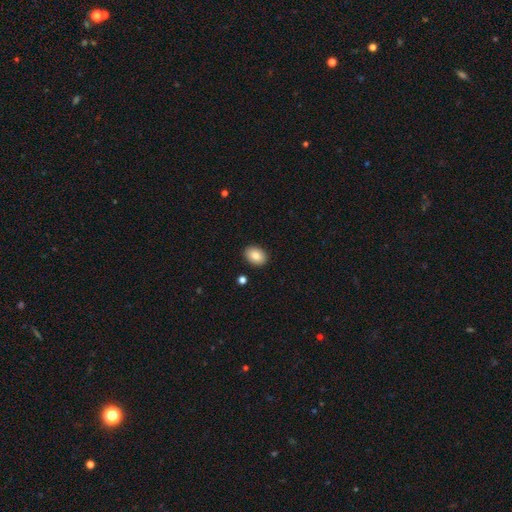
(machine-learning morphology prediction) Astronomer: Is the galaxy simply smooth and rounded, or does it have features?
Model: smooth — 86%.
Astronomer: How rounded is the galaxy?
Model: in between — 76%.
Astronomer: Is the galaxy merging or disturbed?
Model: none — 90%.